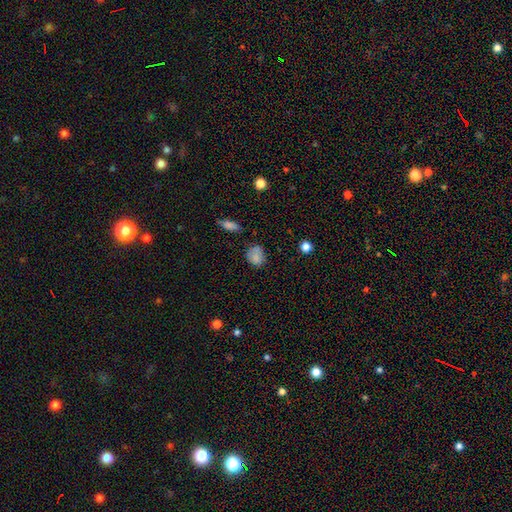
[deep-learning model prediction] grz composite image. It shows a smooth galaxy with no disk features (78%) that is round (52%). Merging: none (64%).